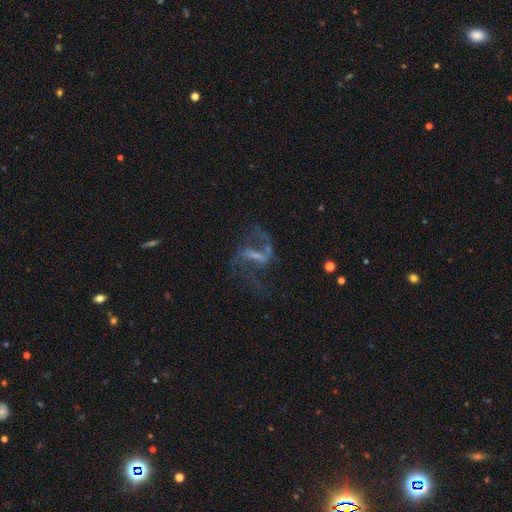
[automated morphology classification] The model was most divided on "bar": strong: 46%, weak: 38%, no: 15%. Remaining: edge-on disk — no (94%); spiral arms — yes (85%); spiral arm count — 2 (83%); smooth or featured — featured or disk (78%); spiral winding — loose (73%); merging — none (53%); bulge size — none (44%).